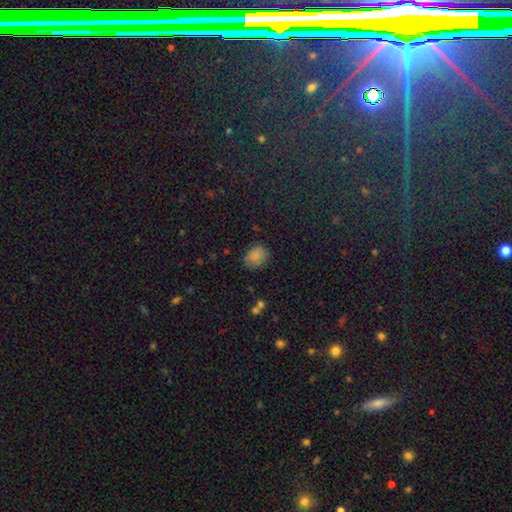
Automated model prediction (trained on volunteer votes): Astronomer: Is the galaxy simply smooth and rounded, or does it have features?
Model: smooth — 79%.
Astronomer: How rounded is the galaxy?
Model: in between — 62% (runner-up: round, 37%).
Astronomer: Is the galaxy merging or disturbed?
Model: none — 73%.